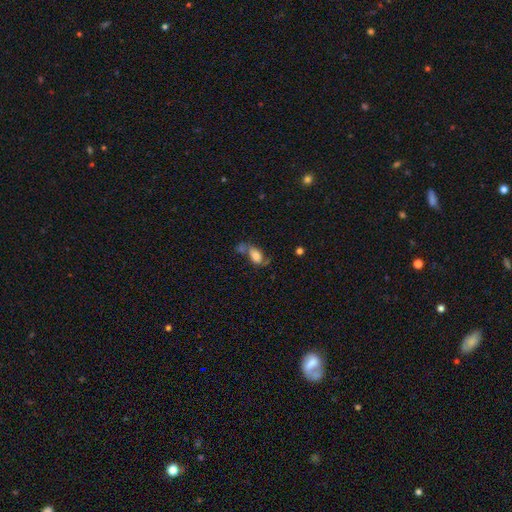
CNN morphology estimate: Overall: smooth (67%). How rounded: in between (85%). Merging: merger (34%; none 31%).